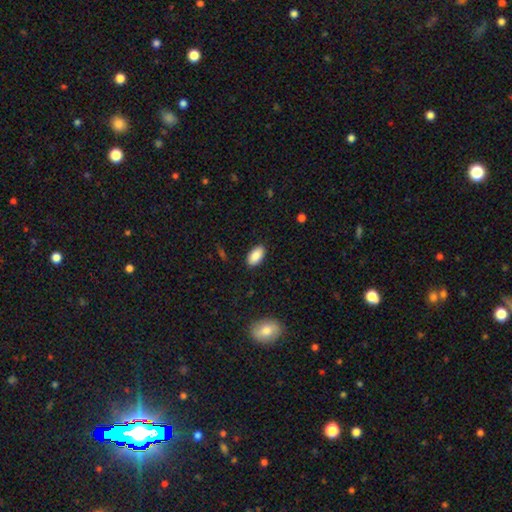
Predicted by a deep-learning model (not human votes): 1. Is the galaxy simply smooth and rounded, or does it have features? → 87% smooth, 7% star or artifact, 6% featured or disk.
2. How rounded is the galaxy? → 94% in between, 3% round, 3% cigar-shaped.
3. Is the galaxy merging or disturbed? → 88% none, 9% minor disturbance, 2% major disturbance, 1% merger.